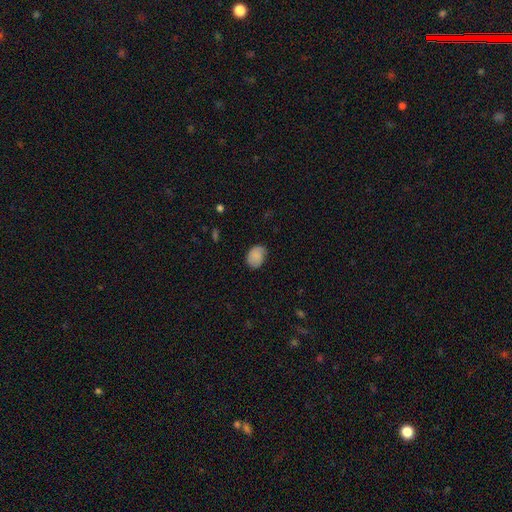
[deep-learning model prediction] A smooth galaxy with no disk features (82%) that is in between round and cigar-shaped (64%).

Vote fractions:
- Smooth or featured? smooth: 82% / featured or disk: 10% / star or artifact: 8%
- How rounded? in between: 64% / round: 35% / cigar-shaped: 1%
- Merging? none: 71% / minor disturbance: 23% / major disturbance: 5% / merger: 1%